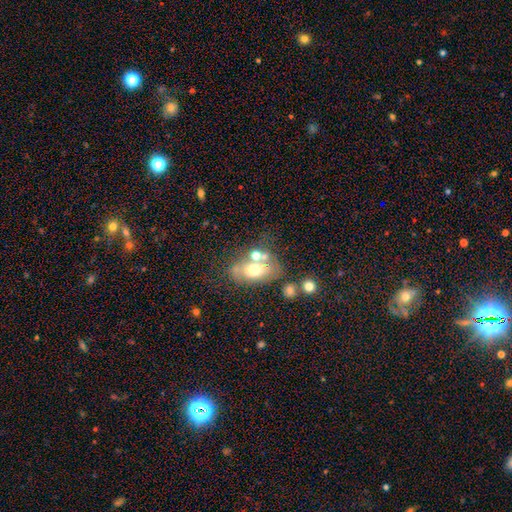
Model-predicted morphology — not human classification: type=smooth (57%); roundness=in between (77%); merging=none (48%).